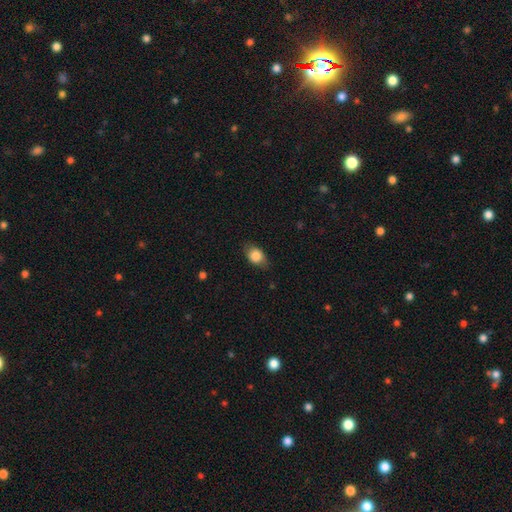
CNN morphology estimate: A smooth galaxy with no disk features (83%) that is in between round and cigar-shaped (80%). Merging: none (78%).